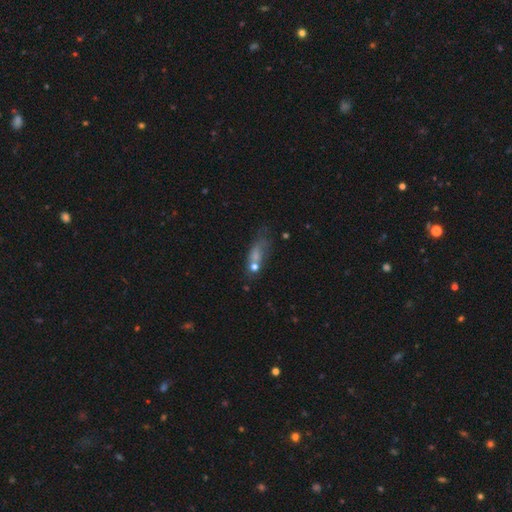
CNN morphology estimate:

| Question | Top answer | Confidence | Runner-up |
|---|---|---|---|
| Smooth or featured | smooth | 58% | featured or disk (24%) |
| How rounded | in between | 61% | cigar-shaped (29%) |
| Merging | none | 34% | major disturbance (24%) |